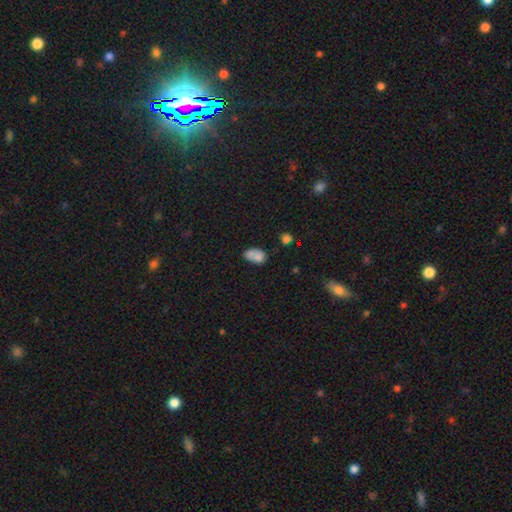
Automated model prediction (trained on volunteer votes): Q: Smooth or featured?
A: smooth (75%); runner-up: featured or disk (13%)
Q: How rounded?
A: in between (81%); runner-up: round (17%)
Q: Merging?
A: none (37%); runner-up: merger (31%)